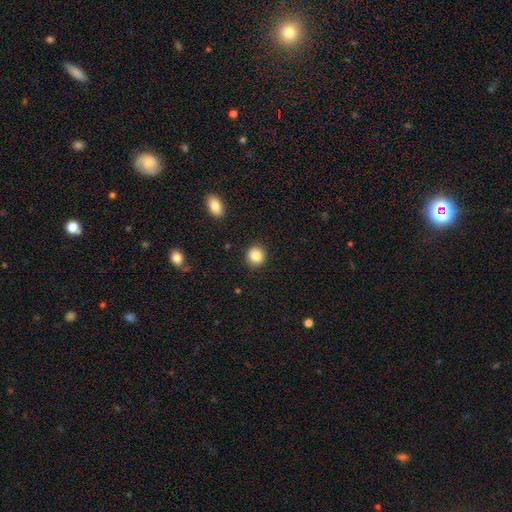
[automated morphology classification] A smooth galaxy with no disk features (85%) that is round (85%). Merging: none (90%).